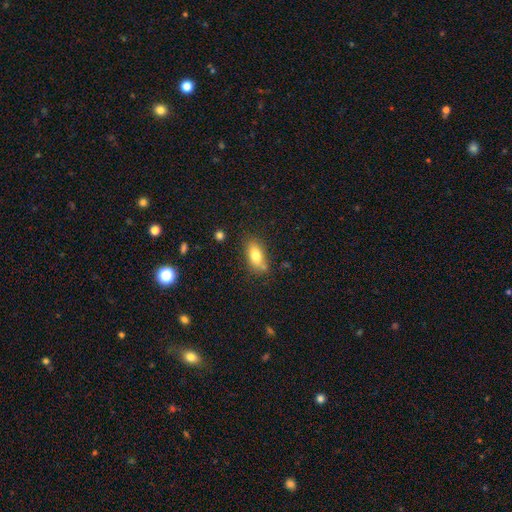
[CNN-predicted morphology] smooth_or_featured: smooth (p=0.77) [alt: featured or disk p=0.14]
how_rounded: in between (p=0.86) [alt: cigar-shaped p=0.08]
merging: none (p=0.71) [alt: minor disturbance p=0.19]